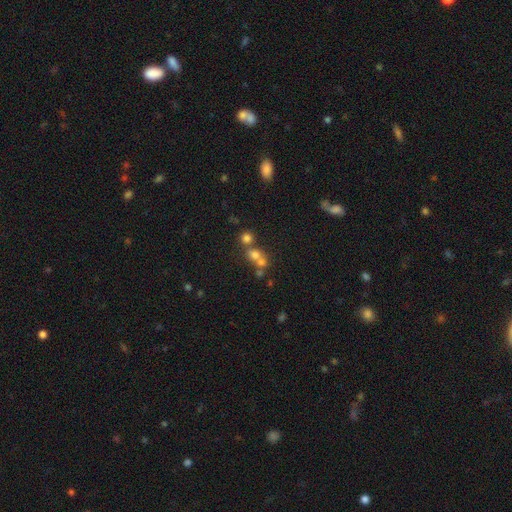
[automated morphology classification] A smooth galaxy with no disk features (58%) that is round (79%).

Vote fractions:
- Smooth or featured? smooth: 58% / star or artifact: 24% / featured or disk: 18%
- How rounded? round: 79% / in between: 20% / cigar-shaped: 2%
- Merging? merger: 49% / none: 40% / minor disturbance: 6% / major disturbance: 4%